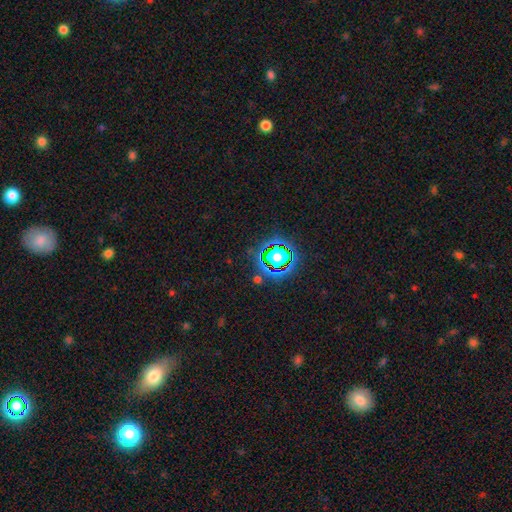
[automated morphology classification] A star or artifact, not a galaxy (75%).

Vote fractions:
- Smooth or featured? star or artifact: 75% / smooth: 15% / featured or disk: 9%